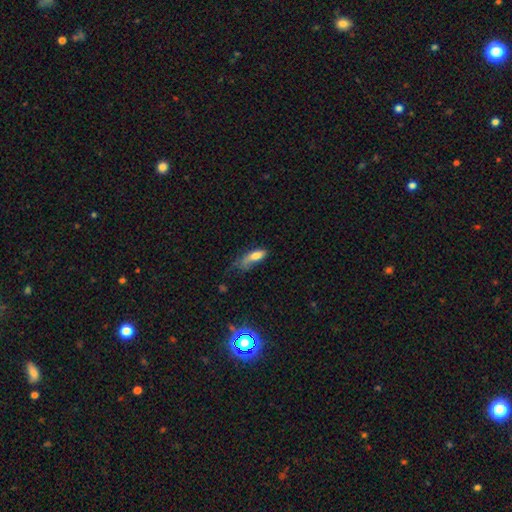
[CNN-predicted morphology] This is likely a smooth galaxy (73%). How rounded: likely in between (62%). Merging: marginally minor disturbance (35%).